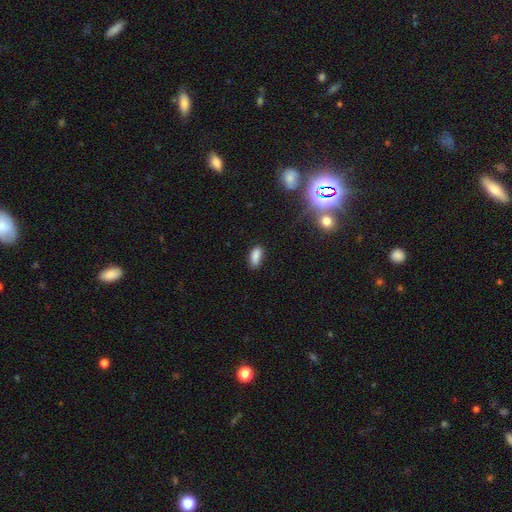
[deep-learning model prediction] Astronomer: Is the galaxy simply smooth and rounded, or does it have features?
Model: smooth — 86%.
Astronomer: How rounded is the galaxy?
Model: in between — 87%.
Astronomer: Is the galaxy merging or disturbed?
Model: none — 79%.